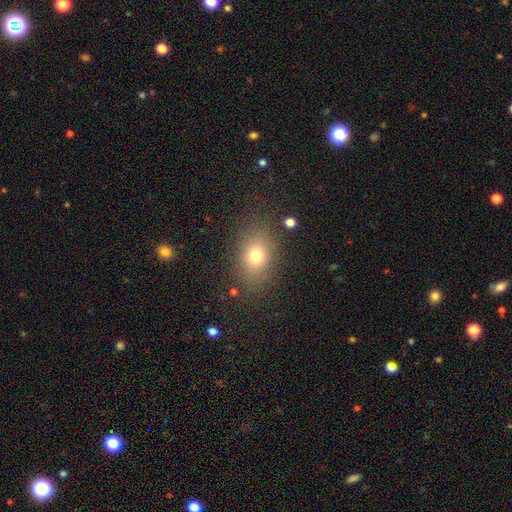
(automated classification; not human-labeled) Smooth or featured? smooth (74%)
How rounded? in between (71%)
Merging? none (83%)